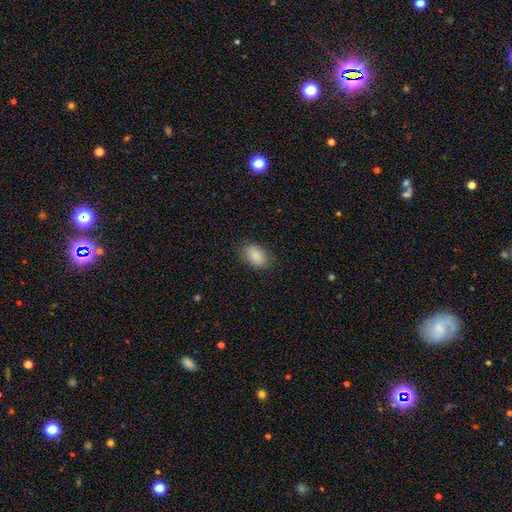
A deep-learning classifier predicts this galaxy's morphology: Smooth or featured? smooth (89%)
How rounded? in between (90%)
Merging? none (85%)